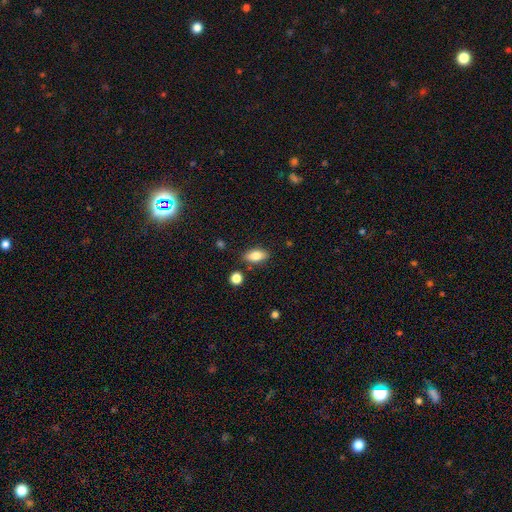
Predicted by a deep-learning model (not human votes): Smooth or featured?
  - smooth: 80% *
  - featured or disk: 12%
  - star or artifact: 8%
How rounded?
  - in between: 86% *
  - cigar-shaped: 9%
  - round: 5%
Merging?
  - none: 83% *
  - minor disturbance: 11%
  - merger: 4%
  - major disturbance: 2%